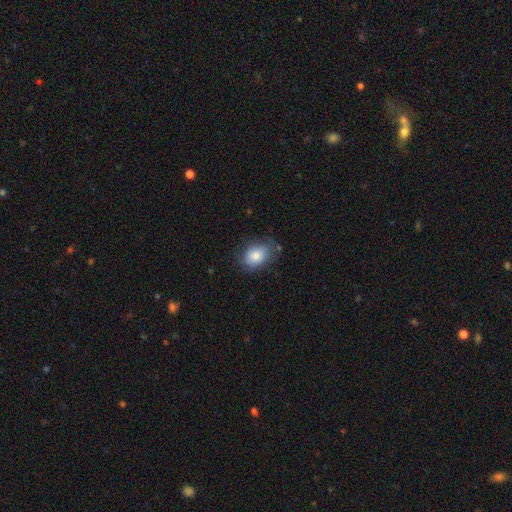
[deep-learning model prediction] The model was most divided on "merging": none: 65%, minor disturbance: 26%, major disturbance: 7%, merger: 2%. More confident: smooth or featured — smooth (80%); how rounded — in between (77%).